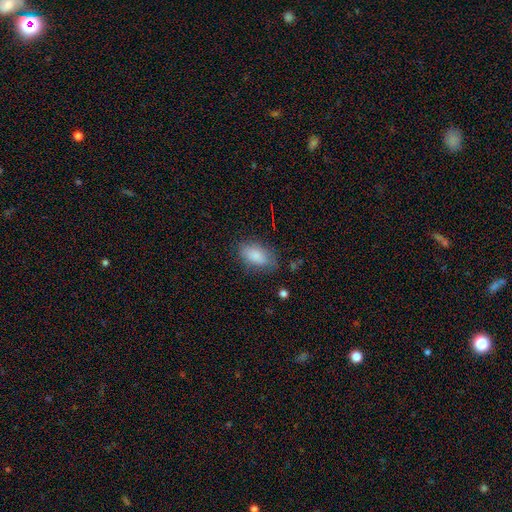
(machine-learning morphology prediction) Smooth or featured? smooth (83%)
How rounded? in between (91%)
Merging? none (72%)